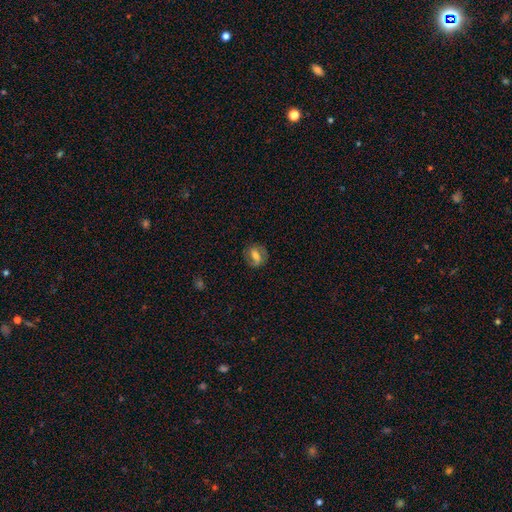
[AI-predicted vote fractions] Smooth or featured: featured or disk — 50% (smooth — 41%)
Edge-on disk: no — 94% (yes — 6%)
Merging: none — 79% (minor disturbance — 14%)